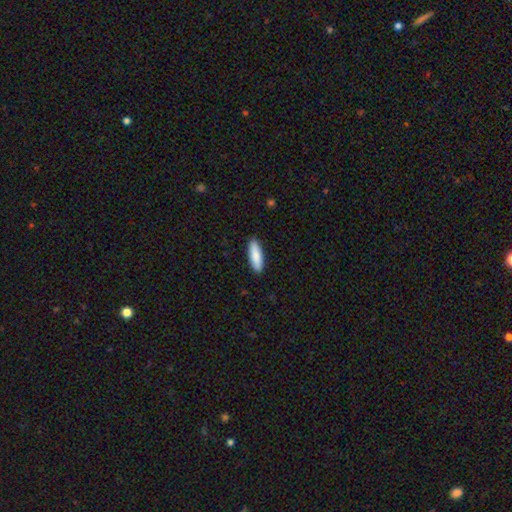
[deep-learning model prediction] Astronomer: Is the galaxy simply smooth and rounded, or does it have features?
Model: smooth — 87%.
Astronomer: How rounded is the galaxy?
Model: cigar-shaped — 53% (runner-up: in between, 46%).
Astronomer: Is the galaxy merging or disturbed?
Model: none — 90%.